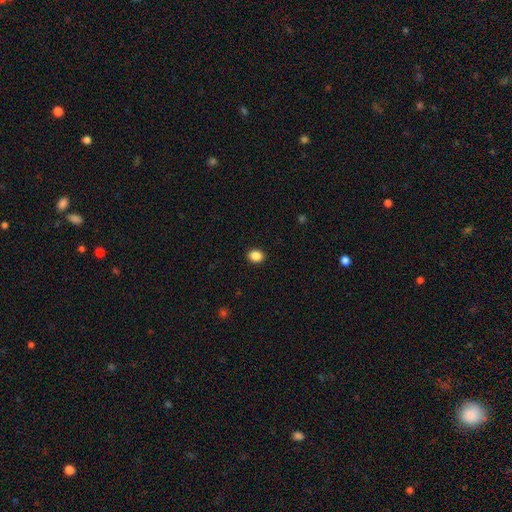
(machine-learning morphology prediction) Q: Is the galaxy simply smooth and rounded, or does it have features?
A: smooth — 88%.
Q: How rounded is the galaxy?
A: in between — 55%.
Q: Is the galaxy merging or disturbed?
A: none — 91%.